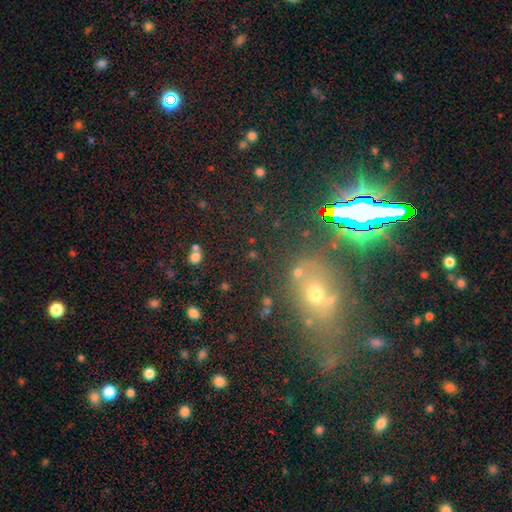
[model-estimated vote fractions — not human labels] smooth_or_featured: star or artifact (p=0.56) [alt: smooth p=0.30]